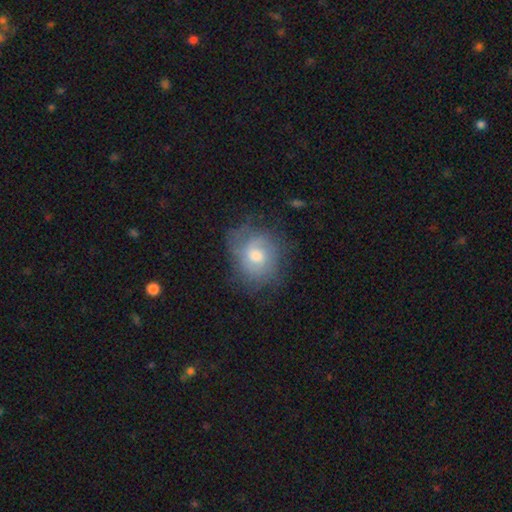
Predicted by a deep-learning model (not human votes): Smooth or featured: featured or disk — 56% (smooth — 36%)
Edge-on disk: no — 97% (yes — 3%)
Bar: no — 67% (weak — 29%)
Spiral arms: yes — 77% (no — 23%)
Bulge size: moderate — 67% (small — 19%)
Merging: none — 60% (minor disturbance — 25%)